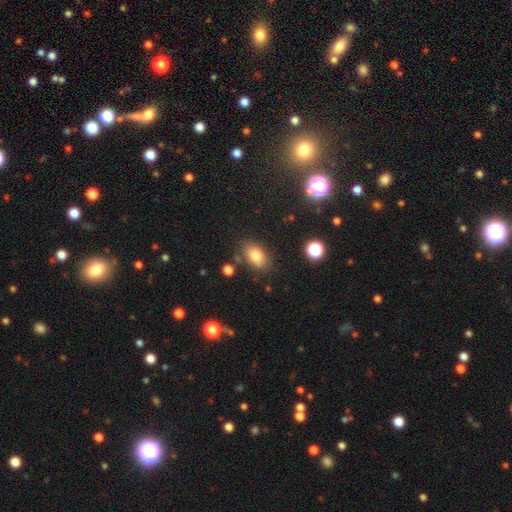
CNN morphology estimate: The model was most divided on "merging": none: 79%, minor disturbance: 13%, merger: 4%, major disturbance: 4%. More confident: how rounded — in between (84%); smooth or featured — smooth (79%).